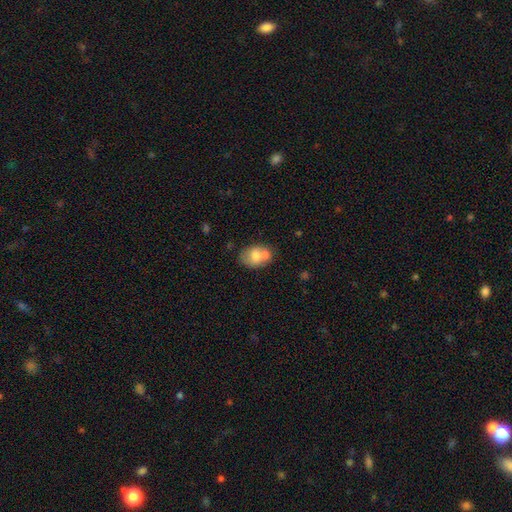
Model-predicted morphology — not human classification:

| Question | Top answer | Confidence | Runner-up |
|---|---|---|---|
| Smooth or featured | smooth | 69% | featured or disk (23%) |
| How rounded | in between | 70% | round (29%) |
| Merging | merger | 42% | none (38%) |